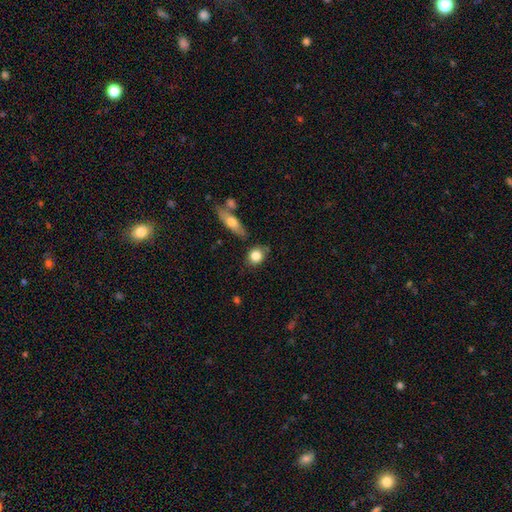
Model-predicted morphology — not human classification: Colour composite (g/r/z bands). It shows a smooth galaxy with no disk features (82%) that is round (70%). Merging: none (72%).